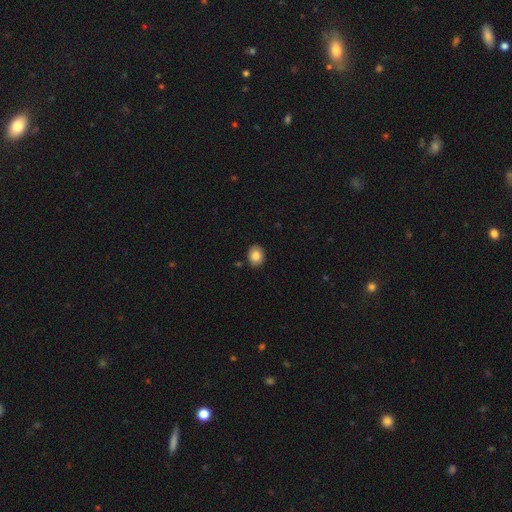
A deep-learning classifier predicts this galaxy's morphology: The model was most divided on "how rounded": round: 50%, in between: 49%, cigar-shaped: 1%. More confident: merging — none (87%); smooth or featured — smooth (85%).